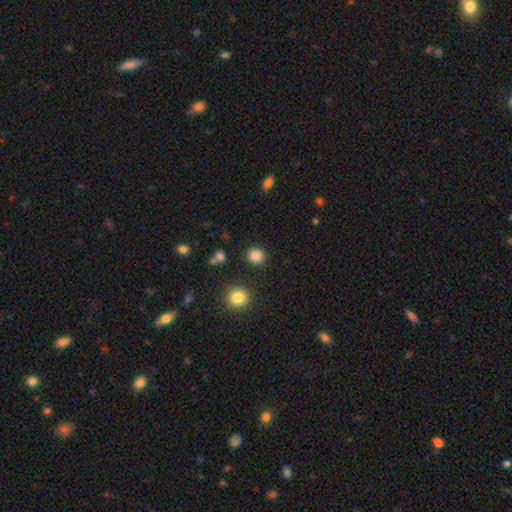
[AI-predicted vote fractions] A smooth galaxy with no disk features (85%) that is round (87%). Merging: none (89%).